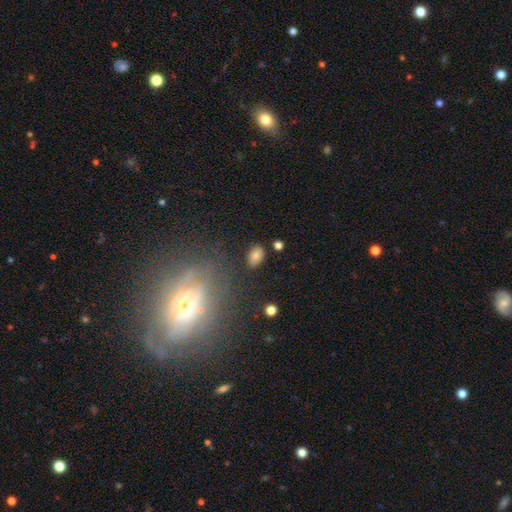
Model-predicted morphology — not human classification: smooth 78%, star or artifact 11%, featured or disk 11%. Down the decision tree: how rounded — in between (81%); merging — none (78%).